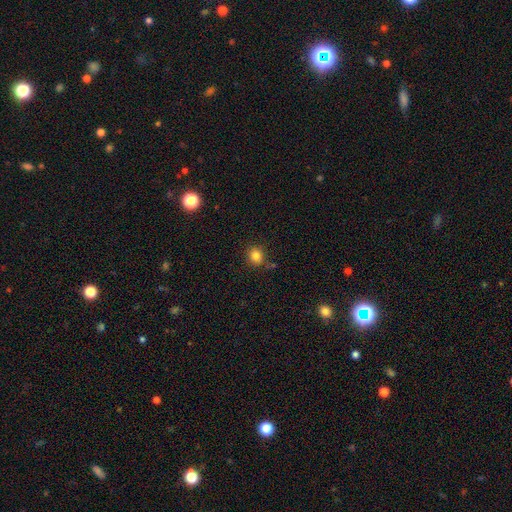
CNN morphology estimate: A smooth galaxy with no disk features (83%) that is round (82%).

Vote fractions:
- Smooth or featured? smooth: 83% / star or artifact: 12% / featured or disk: 5%
- How rounded? round: 82% / in between: 17% / cigar-shaped: 1%
- Merging? none: 83% / minor disturbance: 10% / merger: 4% / major disturbance: 3%